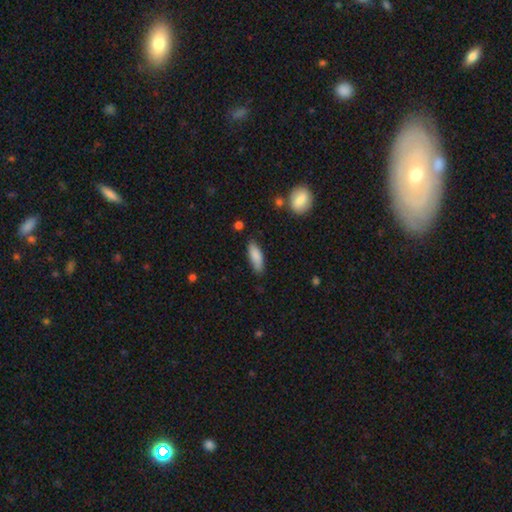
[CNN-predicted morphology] This is clearly a smooth galaxy (85%). How rounded: likely in between (63%). Merging: likely none (77%).